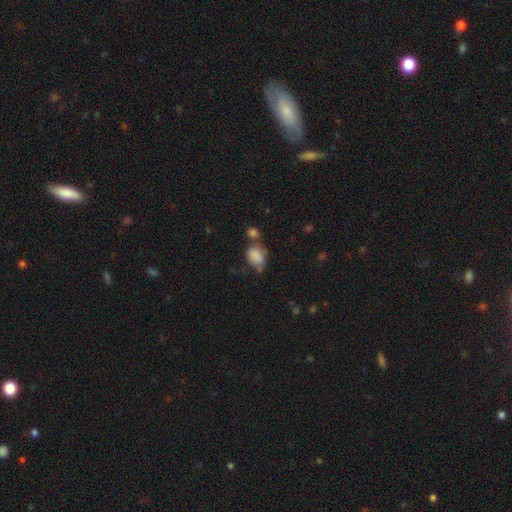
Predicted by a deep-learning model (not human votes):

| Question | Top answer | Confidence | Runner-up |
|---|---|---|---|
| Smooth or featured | smooth | 78% | featured or disk (12%) |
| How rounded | in between | 72% | round (26%) |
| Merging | none | 28% | merger (27%) |